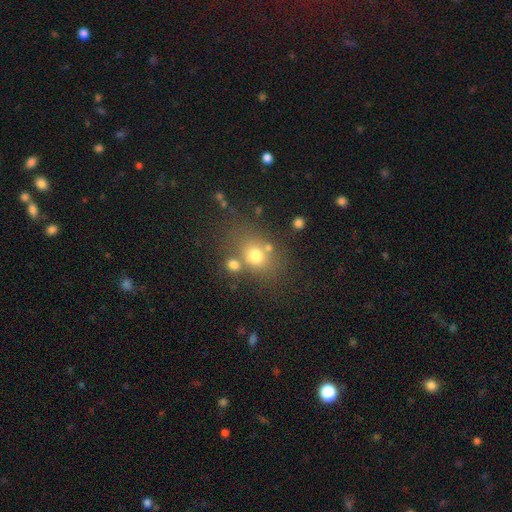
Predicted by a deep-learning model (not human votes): Smooth or featured? Predicted: smooth (p=0.69). How rounded? Predicted: round (p=0.52). Merging? Predicted: none (p=0.61).